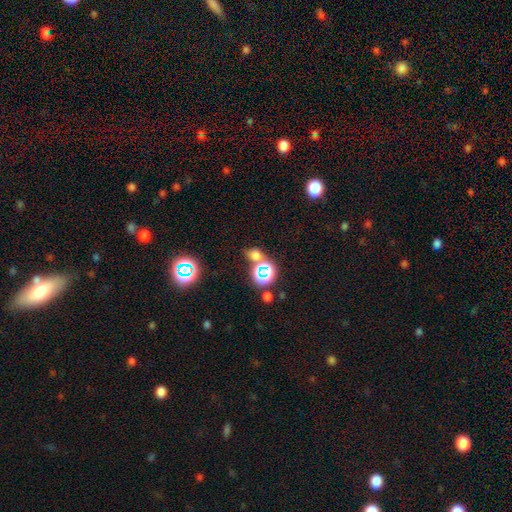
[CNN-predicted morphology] Smooth or featured?
  - smooth: 54% *
  - star or artifact: 38%
  - featured or disk: 8%
How rounded?
  - round: 63% *
  - in between: 35%
  - cigar-shaped: 2%
Merging?
  - none: 60% *
  - merger: 25%
  - minor disturbance: 10%
  - major disturbance: 5%